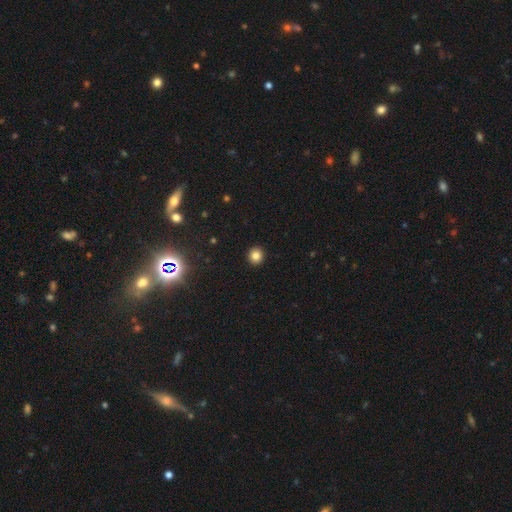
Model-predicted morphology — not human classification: Smooth or featured: smooth — 82% (star or artifact — 12%)
How rounded: round — 90% (in between — 9%)
Merging: none — 93% (minor disturbance — 4%)